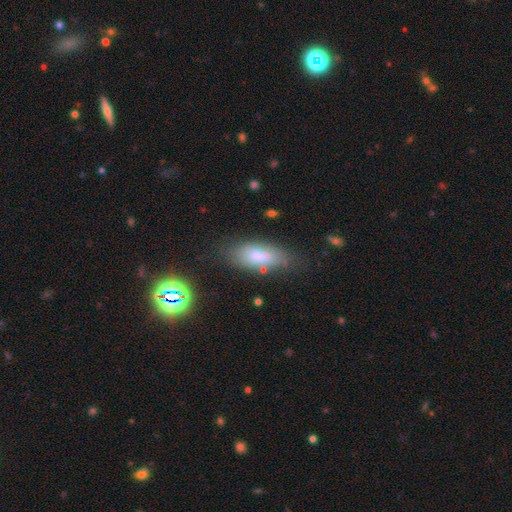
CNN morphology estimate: Smooth or featured? smooth (75%)
How rounded? in between (78%)
Merging? none (73%)